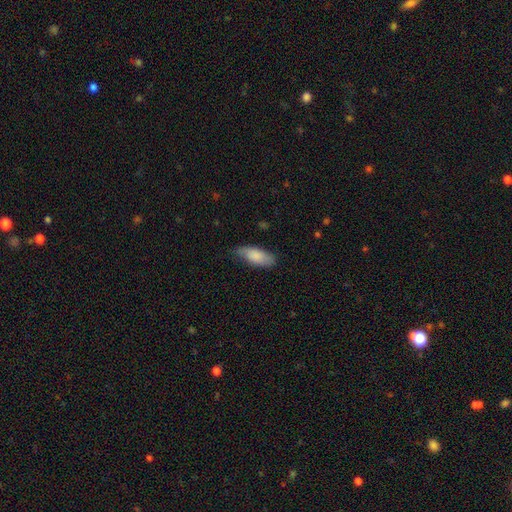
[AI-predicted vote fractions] The model was most divided on "merging": none: 69%, minor disturbance: 25%, major disturbance: 4%, merger: 1%. More confident: smooth or featured — smooth (84%); how rounded — in between (78%).